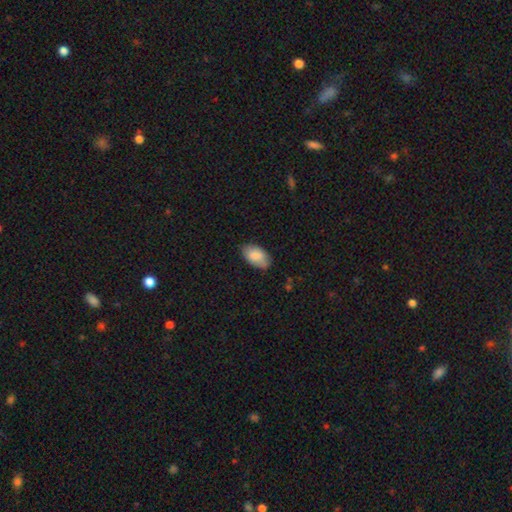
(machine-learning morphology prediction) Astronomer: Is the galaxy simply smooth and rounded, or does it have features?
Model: smooth — 87%.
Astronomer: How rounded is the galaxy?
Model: in between — 95%.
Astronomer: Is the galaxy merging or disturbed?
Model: none — 78%.